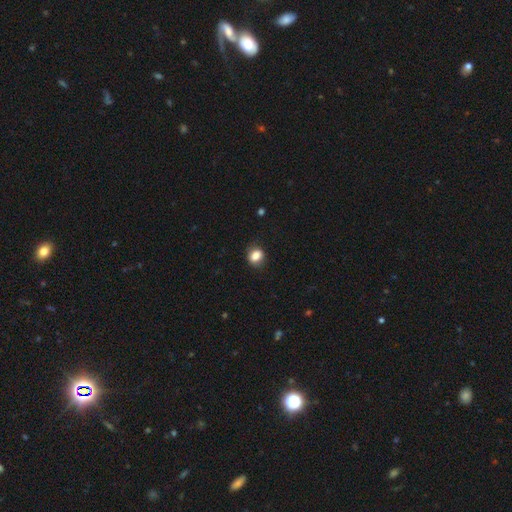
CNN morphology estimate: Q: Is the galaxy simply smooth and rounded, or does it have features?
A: smooth — 83%.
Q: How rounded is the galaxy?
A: round — 52%.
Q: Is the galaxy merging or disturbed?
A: none — 78%.